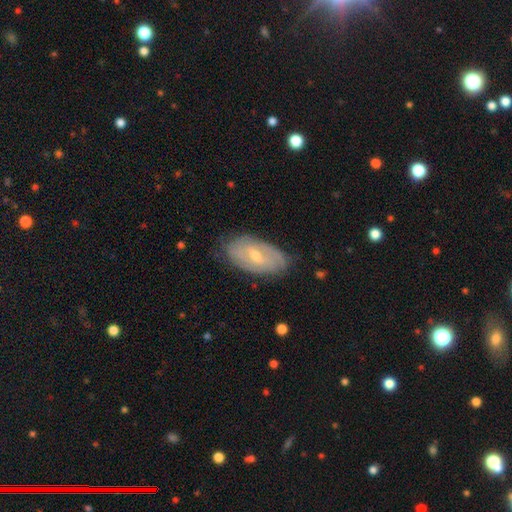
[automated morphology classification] The model was most divided on "bulge size": small: 49%, moderate: 48%, large: 1%, none: 1%, dominant: 1%. More confident: edge-on disk — no (90%); merging — none (76%); spiral arms — yes (70%); smooth or featured — featured or disk (64%); bar — weak (51%).